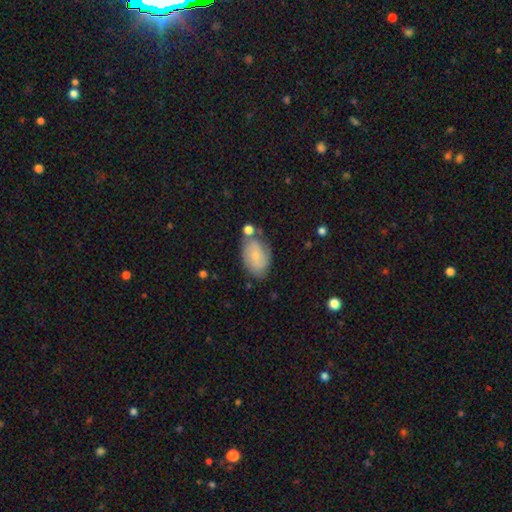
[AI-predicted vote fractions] smooth_or_featured: smooth (p=0.54) [alt: featured or disk p=0.39]
how_rounded: in between (p=0.88) [alt: round p=0.10]
merging: none (p=0.60) [alt: minor disturbance p=0.23]